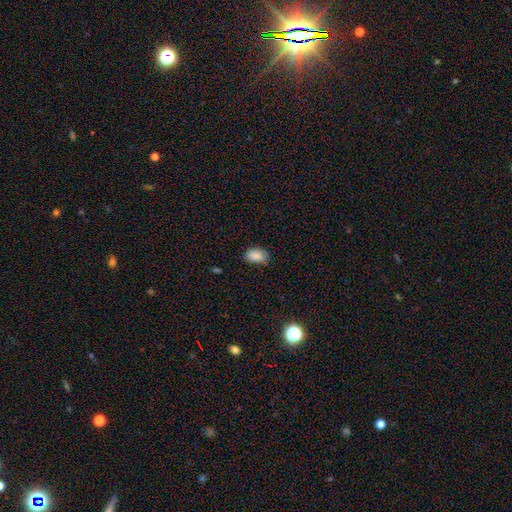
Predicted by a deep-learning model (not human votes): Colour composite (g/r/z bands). It shows a smooth galaxy with no disk features (88%) that is in between round and cigar-shaped (90%). Merging: none (75%).